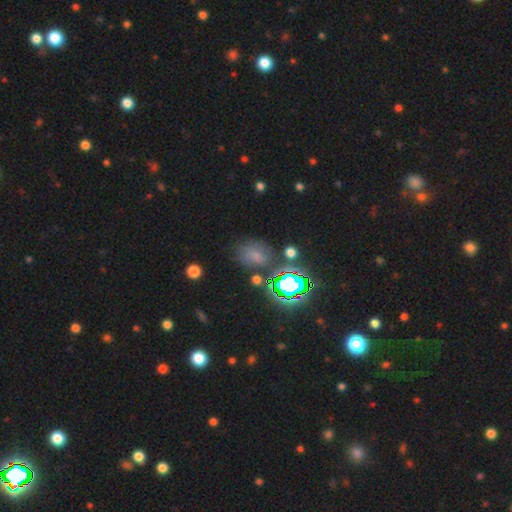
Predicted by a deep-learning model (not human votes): A smooth galaxy with no disk features (54%) that is in between round and cigar-shaped (54%).

Vote fractions:
- Smooth or featured? smooth: 54% / star or artifact: 33% / featured or disk: 13%
- How rounded? in between: 54% / round: 44% / cigar-shaped: 2%
- Merging? none: 66% / minor disturbance: 18% / major disturbance: 8% / merger: 7%